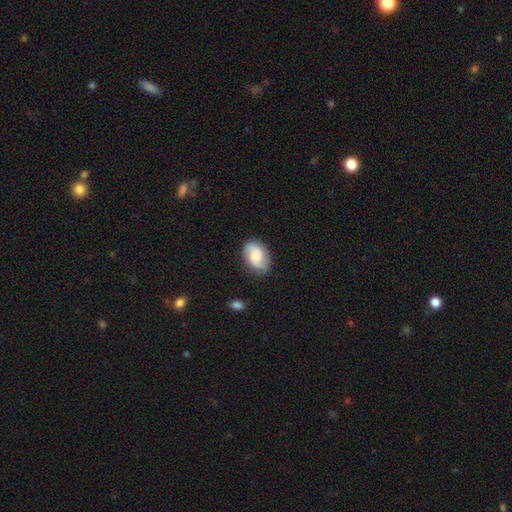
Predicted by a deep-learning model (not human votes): Overall: smooth (52%; featured or disk 40%). How rounded: in between (83%). Merging: none (79%).